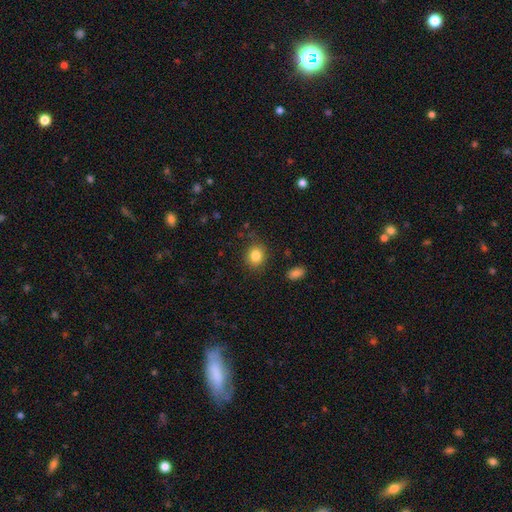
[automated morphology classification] smooth_or_featured: smooth (p=0.84) [alt: star or artifact p=0.10]
how_rounded: round (p=0.71) [alt: in between p=0.28]
merging: none (p=0.85) [alt: minor disturbance p=0.10]